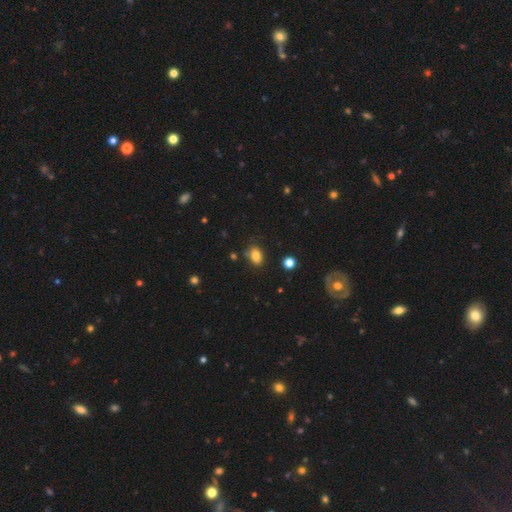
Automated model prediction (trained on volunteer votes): A smooth galaxy with no disk features (81%) that is in between round and cigar-shaped (78%).

Vote fractions:
- Smooth or featured? smooth: 81% / star or artifact: 11% / featured or disk: 8%
- How rounded? in between: 78% / round: 20% / cigar-shaped: 2%
- Merging? none: 73% / minor disturbance: 18% / merger: 5% / major disturbance: 4%